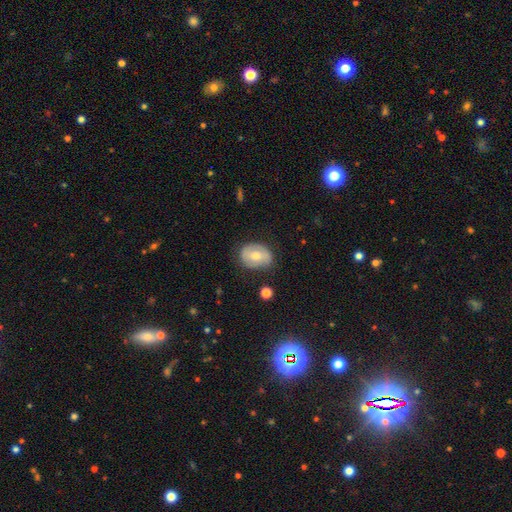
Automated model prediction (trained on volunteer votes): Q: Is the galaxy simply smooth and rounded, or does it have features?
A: smooth — 53%.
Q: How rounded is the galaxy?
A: in between — 59%.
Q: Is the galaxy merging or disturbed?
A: none — 71%.